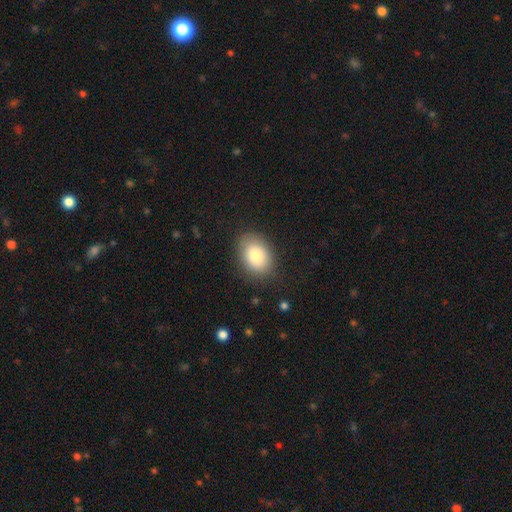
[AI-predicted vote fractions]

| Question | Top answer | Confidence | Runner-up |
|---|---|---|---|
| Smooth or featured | smooth | 83% | featured or disk (9%) |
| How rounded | in between | 78% | round (21%) |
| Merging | none | 85% | minor disturbance (11%) |